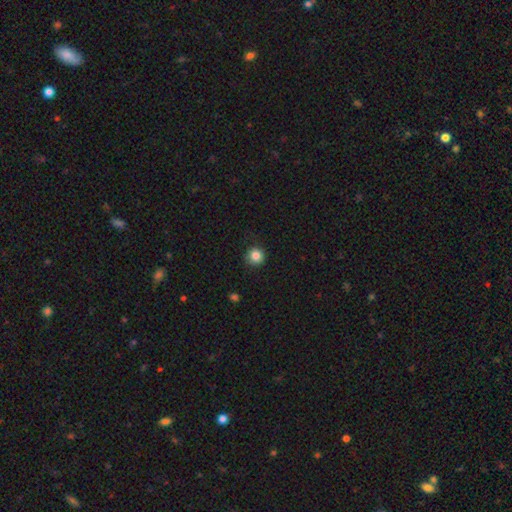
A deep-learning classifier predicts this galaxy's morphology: smooth-or-featured: smooth: 84% | star or artifact: 11% | featured or disk: 5%
  how-rounded: round: 94% | in between: 5% | cigar-shaped: 1%
  merging: none: 85% | minor disturbance: 12% | major disturbance: 3% | merger: 1%